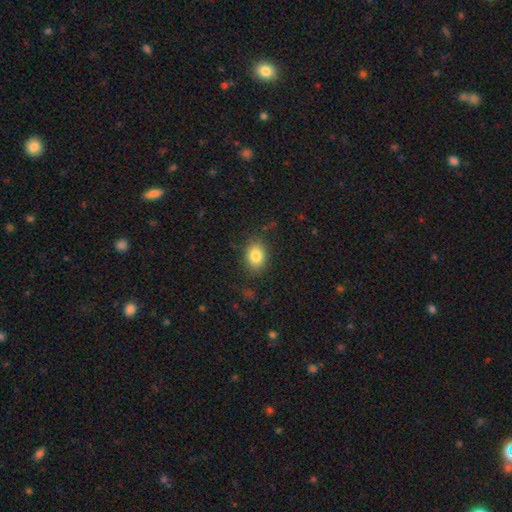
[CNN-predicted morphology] Q: Smooth or featured?
A: smooth (83%); runner-up: star or artifact (9%)
Q: How rounded?
A: in between (66%); runner-up: round (33%)
Q: Merging?
A: none (83%); runner-up: minor disturbance (12%)